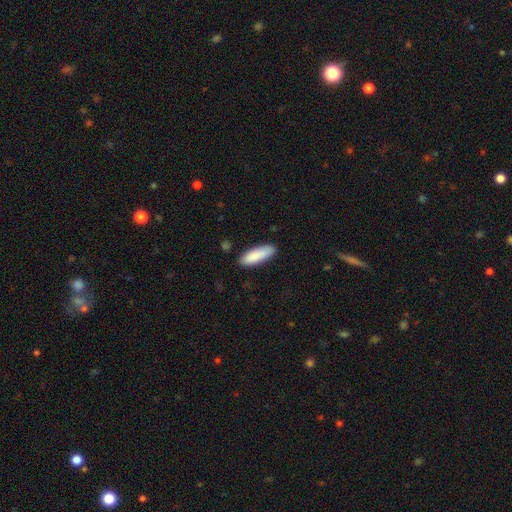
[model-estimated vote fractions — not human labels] The model was most divided on "how rounded": in between: 50%, cigar-shaped: 48%, round: 1%. More confident: smooth or featured — smooth (88%); merging — none (84%).